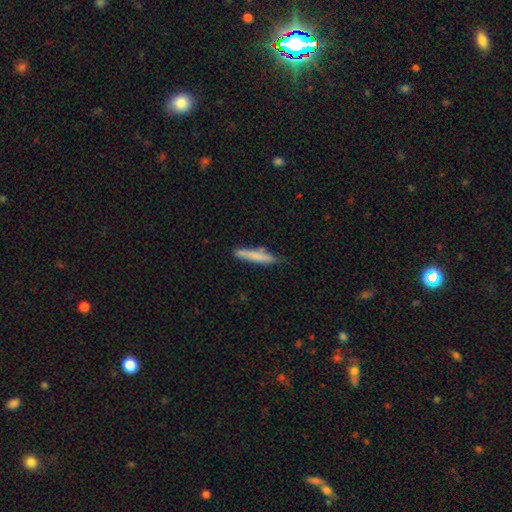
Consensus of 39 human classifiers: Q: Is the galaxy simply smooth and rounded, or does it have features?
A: smooth — 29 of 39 (74%).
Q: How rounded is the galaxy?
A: cigar-shaped — 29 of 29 (100%).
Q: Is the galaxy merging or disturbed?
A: none — 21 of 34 (62%).